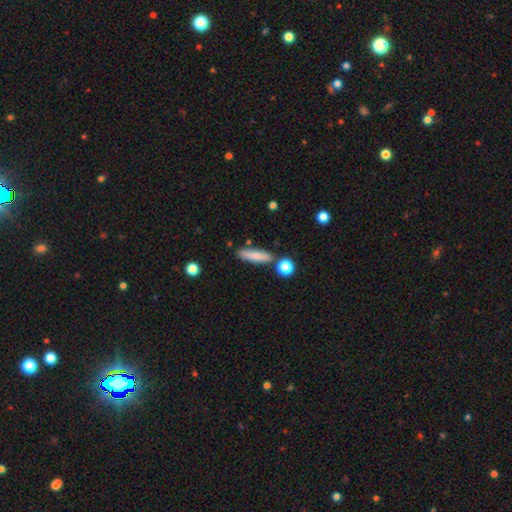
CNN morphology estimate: A smooth galaxy with no disk features (78%) that is cigar-shaped (71%).

Vote fractions:
- Smooth or featured? smooth: 78% / featured or disk: 15% / star or artifact: 7%
- How rounded? cigar-shaped: 71% / in between: 26% / round: 3%
- Merging? none: 79% / minor disturbance: 11% / merger: 7% / major disturbance: 3%